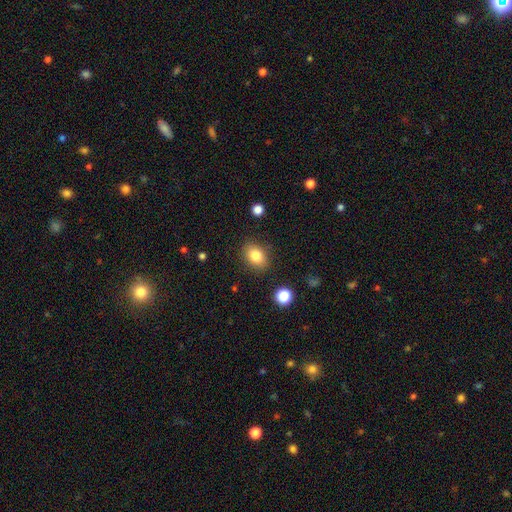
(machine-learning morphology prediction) Smooth or featured? Predicted: smooth (p=0.83). How rounded? Predicted: in between (p=0.72). Merging? Predicted: none (p=0.85).